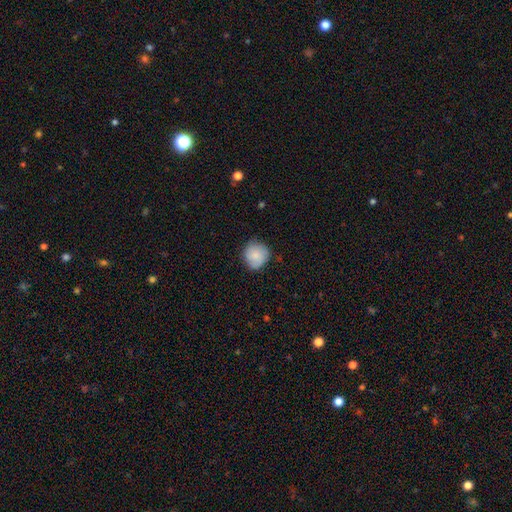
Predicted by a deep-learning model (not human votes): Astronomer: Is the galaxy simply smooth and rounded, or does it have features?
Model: smooth — 80%.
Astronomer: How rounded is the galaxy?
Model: round — 90%.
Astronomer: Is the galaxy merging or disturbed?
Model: none — 76%.